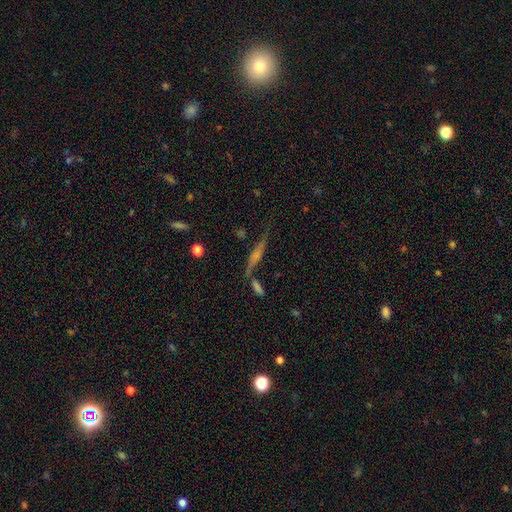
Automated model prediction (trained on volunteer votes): Overall: featured or disk (61%; smooth 23%). Edge-on disk: yes (87%). Edge-on bulge: rounded (63%). Merging: none (60%).